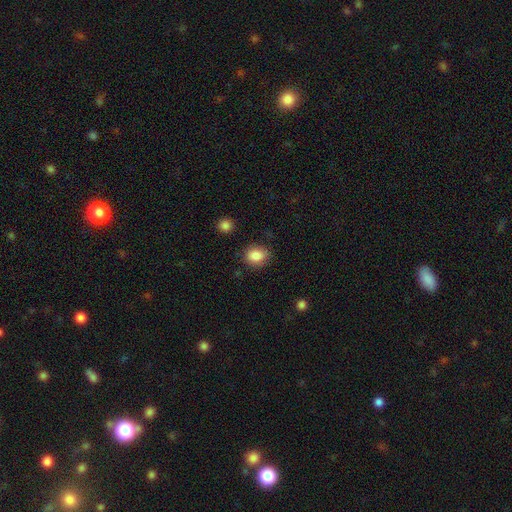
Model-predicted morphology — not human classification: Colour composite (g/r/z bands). It shows a smooth galaxy with no disk features (85%) that is round (54%). Merging: none (80%).